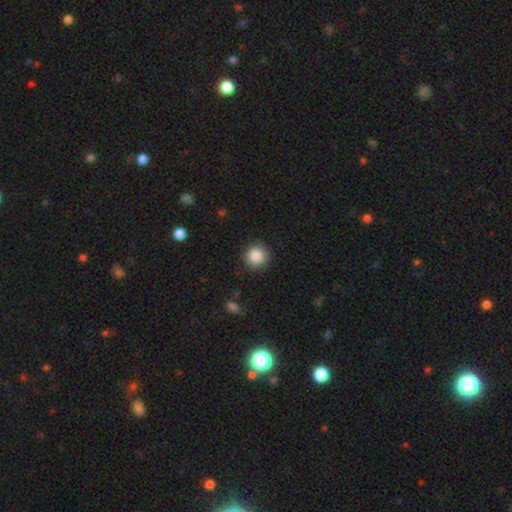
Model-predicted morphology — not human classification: Smooth or featured: smooth — 87% (star or artifact — 9%)
How rounded: round — 94% (in between — 5%)
Merging: none — 90% (minor disturbance — 6%)